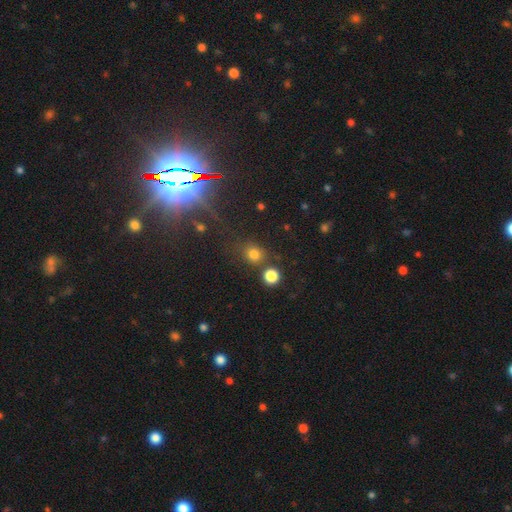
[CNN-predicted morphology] The model was most divided on "smooth or featured": smooth: 74%, star or artifact: 20%, featured or disk: 6%. More confident: how rounded — round (82%); merging — none (74%).